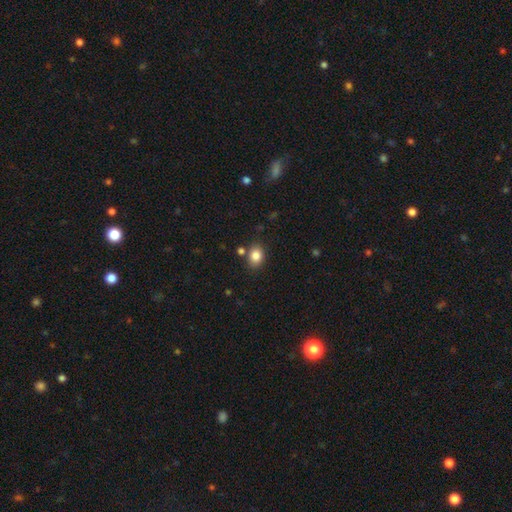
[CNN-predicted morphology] smooth-or-featured: smooth: 84% | star or artifact: 10% | featured or disk: 6%
  how-rounded: in between: 58% | round: 41% | cigar-shaped: 1%
  merging: none: 79% | minor disturbance: 11% | merger: 7% | major disturbance: 3%